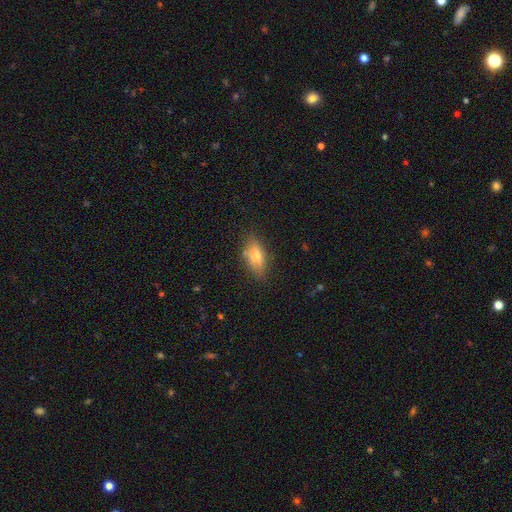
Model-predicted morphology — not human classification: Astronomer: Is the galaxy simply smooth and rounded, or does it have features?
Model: smooth — 60%.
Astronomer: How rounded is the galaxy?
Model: in between — 75%.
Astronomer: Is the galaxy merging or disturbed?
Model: none — 79%.